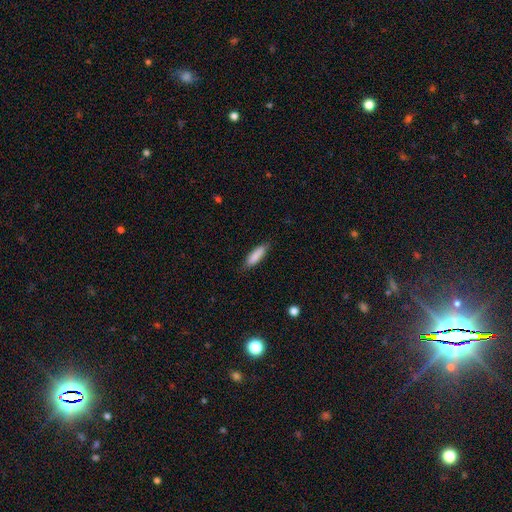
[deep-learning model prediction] smooth_or_featured: smooth (p=0.87) [alt: featured or disk p=0.07]
how_rounded: cigar-shaped (p=0.56) [alt: in between p=0.43]
merging: none (p=0.82) [alt: minor disturbance p=0.14]